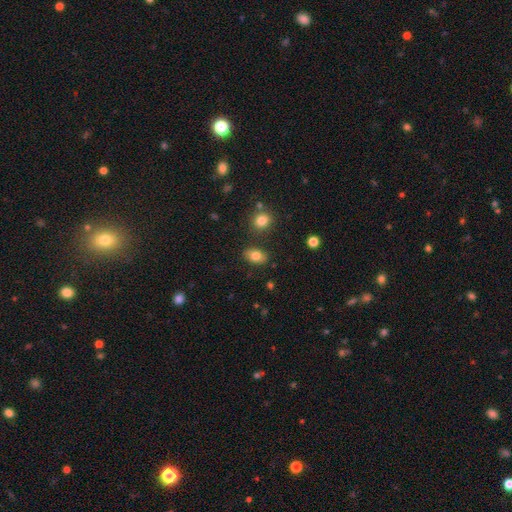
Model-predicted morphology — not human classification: Smooth or featured: smooth — 80% (featured or disk — 11%)
How rounded: in between — 84% (round — 14%)
Merging: none — 83% (minor disturbance — 11%)